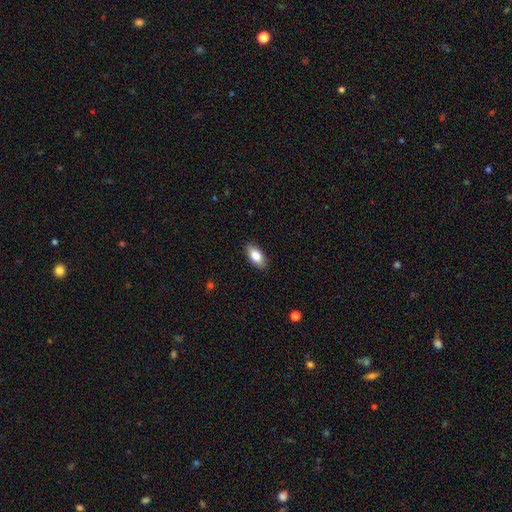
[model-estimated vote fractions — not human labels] A smooth galaxy with no disk features (82%) that is in between round and cigar-shaped (91%). Merging: none (88%).